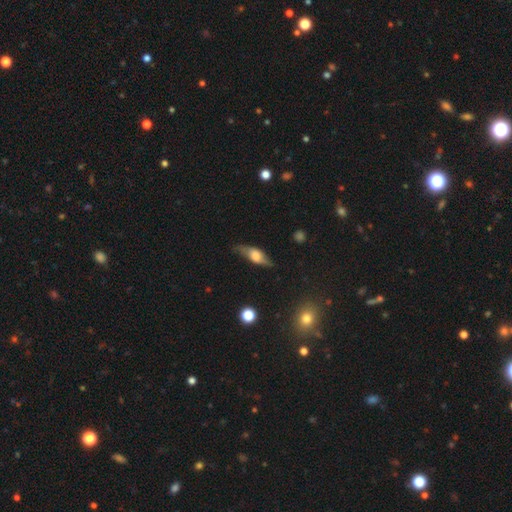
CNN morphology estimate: A featured or disk galaxy (50%) viewed edge-on (77%). Merging: none (70%).